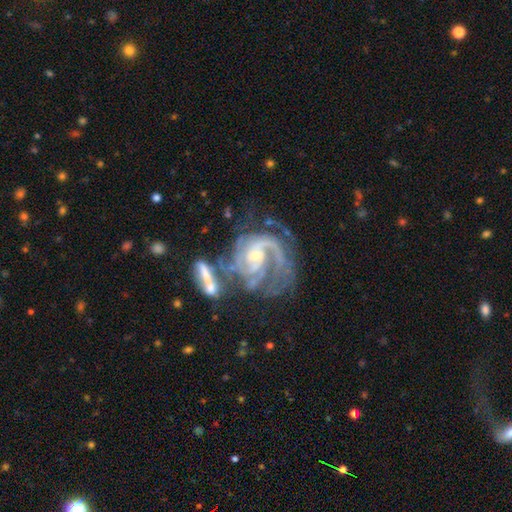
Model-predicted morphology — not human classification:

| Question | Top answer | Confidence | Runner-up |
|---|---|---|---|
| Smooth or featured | featured or disk | 89% | star or artifact (6%) |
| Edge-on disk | no | 98% | yes (2%) |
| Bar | no | 50% | weak (37%) |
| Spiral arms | yes | 97% | no (3%) |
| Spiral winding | tight | 44% | medium (43%) |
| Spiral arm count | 2 | 49% | 3 (17%) |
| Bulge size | small | 57% | moderate (37%) |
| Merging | none | 34% | merger (28%) |